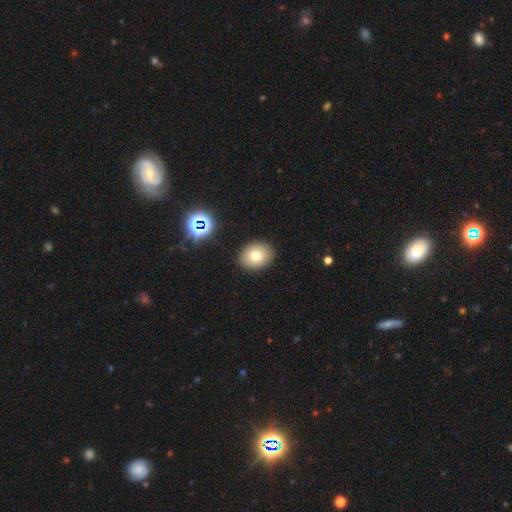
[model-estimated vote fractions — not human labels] A smooth galaxy with no disk features (76%) that is in between round and cigar-shaped (54%).

Vote fractions:
- Smooth or featured? smooth: 76% / featured or disk: 12% / star or artifact: 12%
- How rounded? in between: 54% / round: 45% / cigar-shaped: 1%
- Merging? none: 89% / minor disturbance: 7% / major disturbance: 2% / merger: 2%